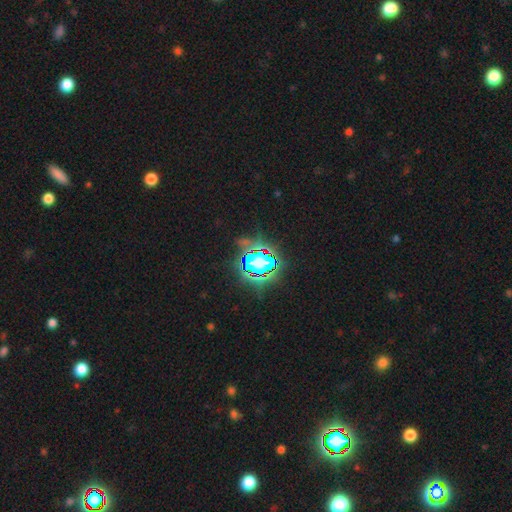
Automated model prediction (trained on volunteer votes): Overall: star or artifact (83%).